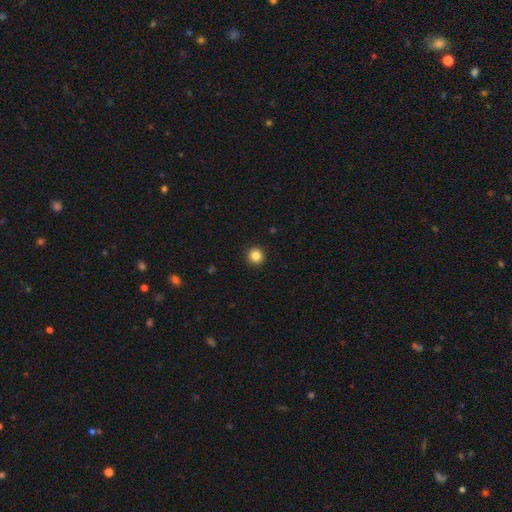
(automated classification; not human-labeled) smooth 86%, star or artifact 11%, featured or disk 3%. Down the decision tree: how rounded — round (95%); merging — none (93%).